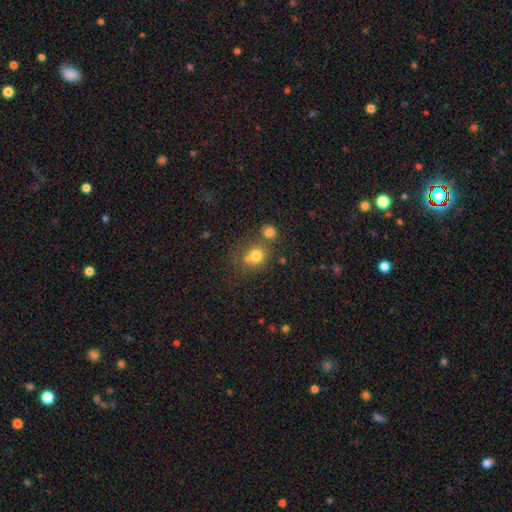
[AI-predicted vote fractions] Smooth or featured: smooth — 74% (star or artifact — 14%)
How rounded: round — 79% (in between — 21%)
Merging: none — 49% (merger — 36%)